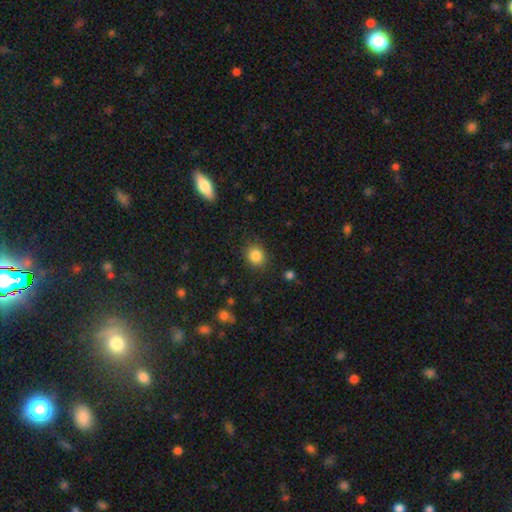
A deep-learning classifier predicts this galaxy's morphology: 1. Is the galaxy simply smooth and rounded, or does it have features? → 85% smooth, 10% star or artifact, 5% featured or disk.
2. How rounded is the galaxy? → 73% round, 26% in between, 1% cigar-shaped.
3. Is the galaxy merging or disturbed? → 86% none, 10% minor disturbance, 3% major disturbance, 1% merger.